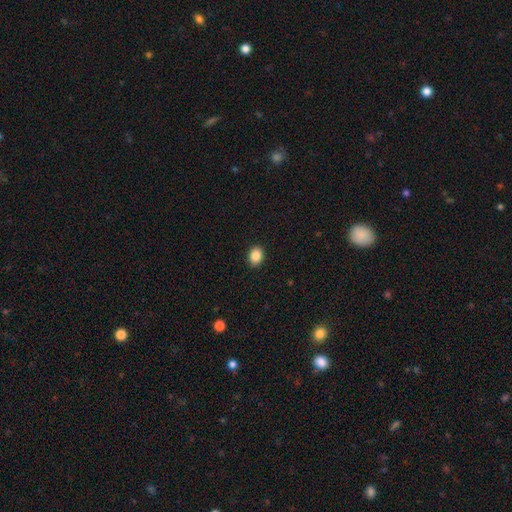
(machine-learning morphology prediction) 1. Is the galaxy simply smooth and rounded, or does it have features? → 88% smooth, 9% star or artifact, 3% featured or disk.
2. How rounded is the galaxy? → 57% in between, 42% round, 1% cigar-shaped.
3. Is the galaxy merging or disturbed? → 91% none, 6% minor disturbance, 2% major disturbance, 1% merger.